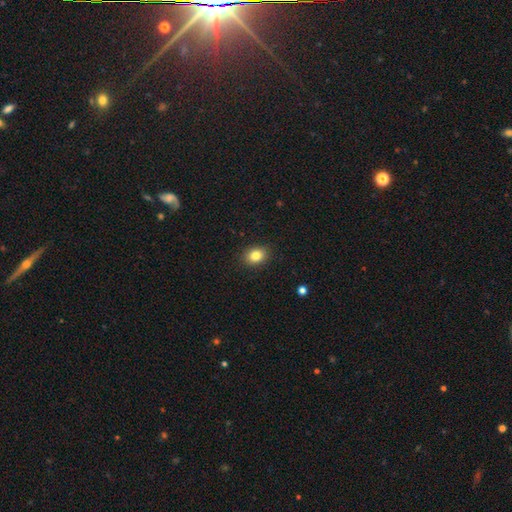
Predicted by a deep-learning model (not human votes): Smooth or featured: smooth — 84% (star or artifact — 10%)
How rounded: in between — 59% (round — 40%)
Merging: none — 89% (minor disturbance — 8%)